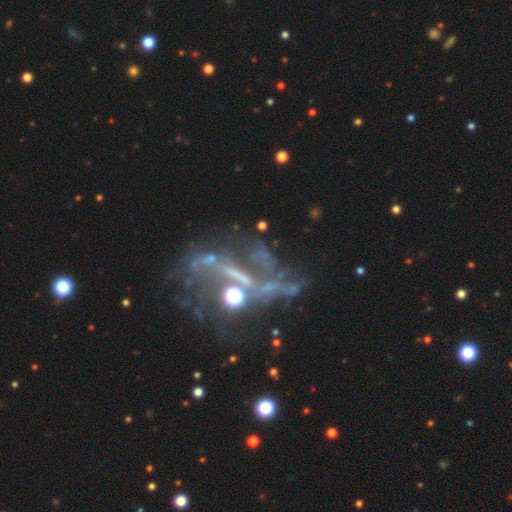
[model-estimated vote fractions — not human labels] The model was most divided on "merging": none: 37%, major disturbance: 33%, merger: 17%, minor disturbance: 14%. Remaining: smooth or featured — featured or disk (45%).